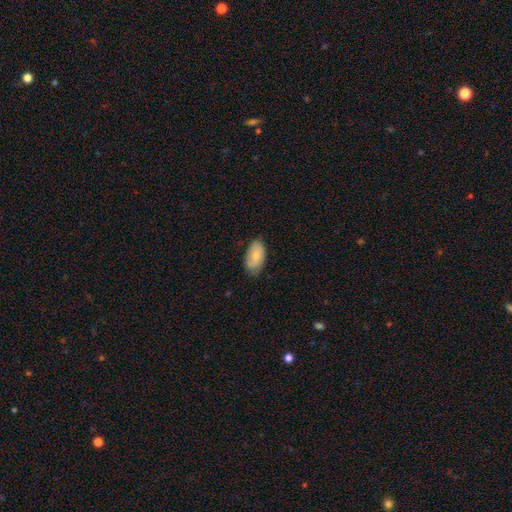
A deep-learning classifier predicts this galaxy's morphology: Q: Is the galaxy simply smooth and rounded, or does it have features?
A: smooth — 72%.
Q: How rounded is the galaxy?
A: in between — 94%.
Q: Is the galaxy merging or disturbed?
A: none — 69%.